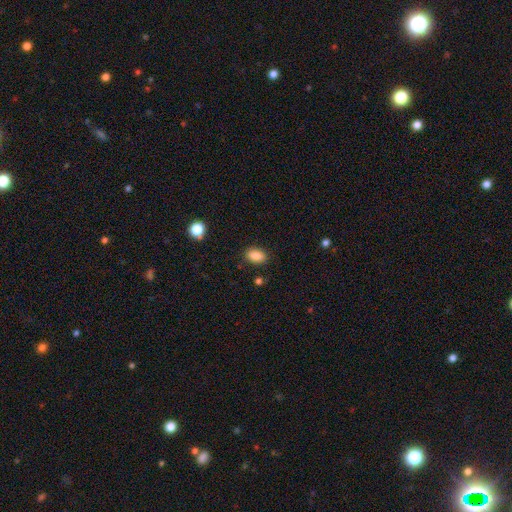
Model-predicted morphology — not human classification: Q: Smooth or featured?
A: smooth (87%); runner-up: star or artifact (9%)
Q: How rounded?
A: in between (86%); runner-up: round (13%)
Q: Merging?
A: none (86%); runner-up: minor disturbance (10%)